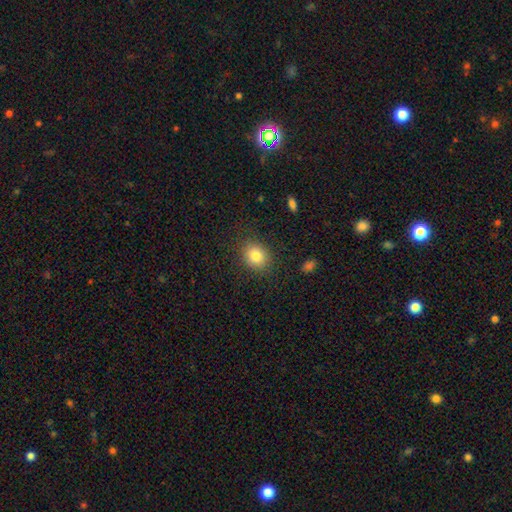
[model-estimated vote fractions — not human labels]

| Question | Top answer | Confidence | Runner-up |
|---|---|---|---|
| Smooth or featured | smooth | 82% | star or artifact (10%) |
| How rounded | round | 59% | in between (41%) |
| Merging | none | 86% | minor disturbance (10%) |